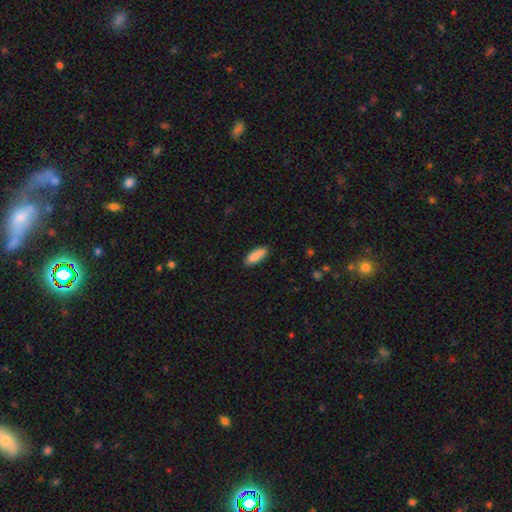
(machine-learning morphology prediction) smooth-or-featured: smooth: 89% | star or artifact: 6% | featured or disk: 5%
  how-rounded: in between: 68% | cigar-shaped: 31% | round: 2%
  merging: none: 88% | minor disturbance: 9% | major disturbance: 2% | merger: 1%